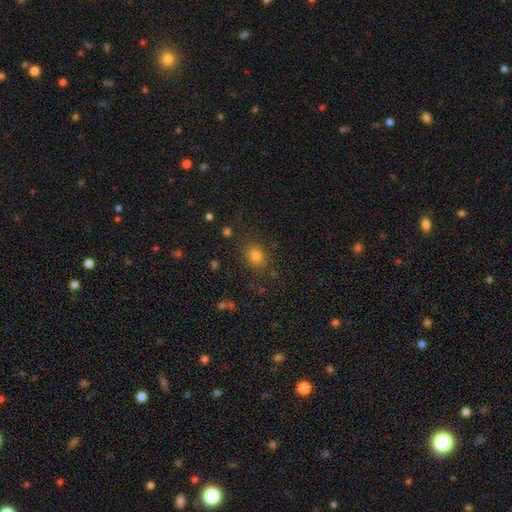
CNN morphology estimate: Overall: smooth (76%). How rounded: round (57%; in between 42%). Merging: none (82%).